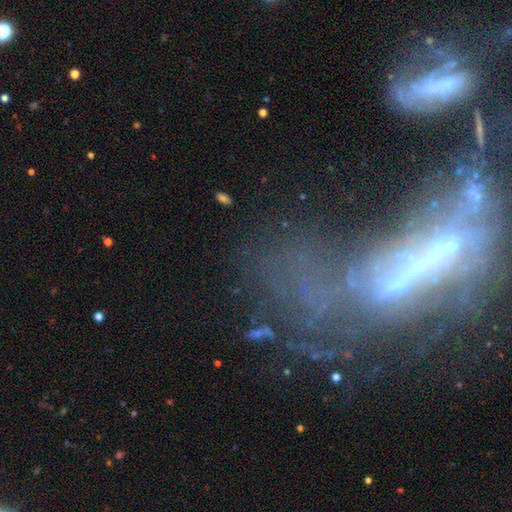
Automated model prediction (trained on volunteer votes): Smooth or featured: featured or disk — 57% (star or artifact — 26%)
Edge-on disk: no — 78% (yes — 22%)
Merging: major disturbance — 38% (none — 34%)